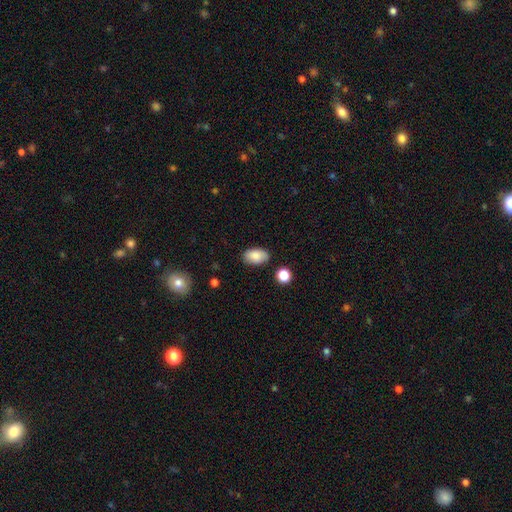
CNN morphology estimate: Q: Smooth or featured?
A: smooth (87%); runner-up: star or artifact (7%)
Q: How rounded?
A: in between (92%); runner-up: round (7%)
Q: Merging?
A: none (83%); runner-up: minor disturbance (12%)